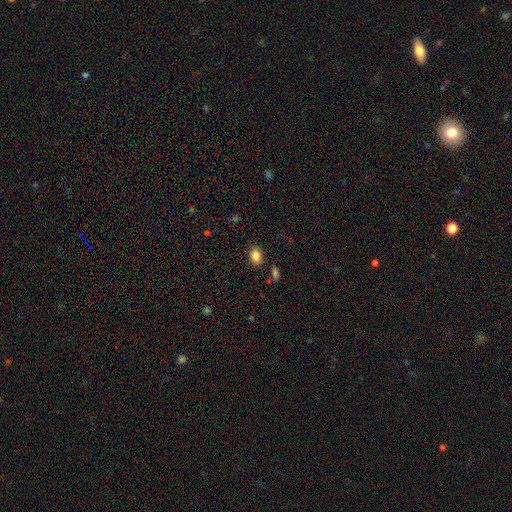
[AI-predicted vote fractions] smooth_or_featured: smooth (p=0.84) [alt: star or artifact p=0.10]
how_rounded: in between (p=0.75) [alt: round p=0.24]
merging: none (p=0.83) [alt: minor disturbance p=0.10]